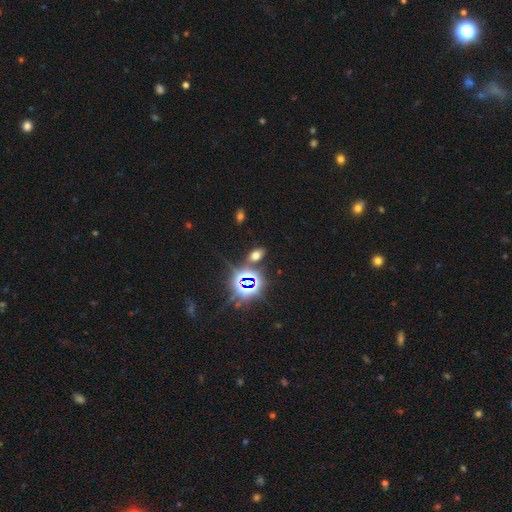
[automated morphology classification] Smooth or featured? Predicted: smooth (p=0.50). How rounded? Predicted: in between (p=0.84). Merging? Predicted: none (p=0.80).